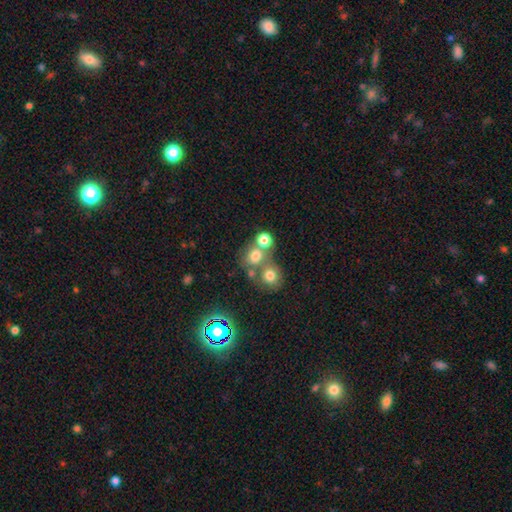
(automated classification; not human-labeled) smooth_or_featured: smooth (p=0.70) [alt: star or artifact p=0.17]
how_rounded: round (p=0.74) [alt: in between p=0.24]
merging: none (p=0.45) [alt: merger p=0.41]